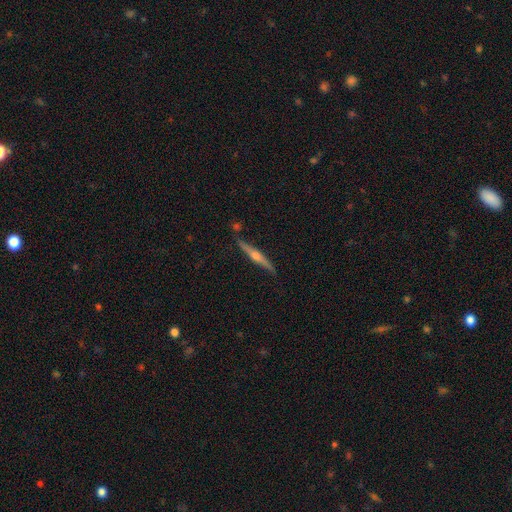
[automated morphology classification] smooth_or_featured: featured or disk (p=0.80) [alt: smooth p=0.15]
disk_edge_on: yes (p=0.98) [alt: no p=0.02]
edge_on_bulge: rounded (p=0.90) [alt: none p=0.06]
merging: none (p=0.89) [alt: minor disturbance p=0.08]